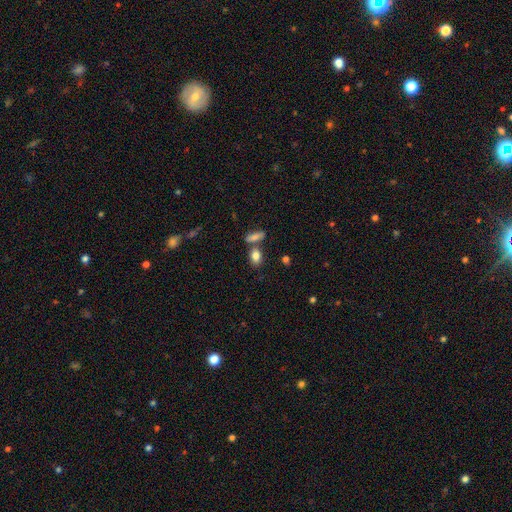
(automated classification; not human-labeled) smooth-or-featured: smooth: 82% | star or artifact: 9% | featured or disk: 9%
  how-rounded: in between: 78% | round: 18% | cigar-shaped: 4%
  merging: none: 60% | merger: 24% | minor disturbance: 12% | major disturbance: 4%